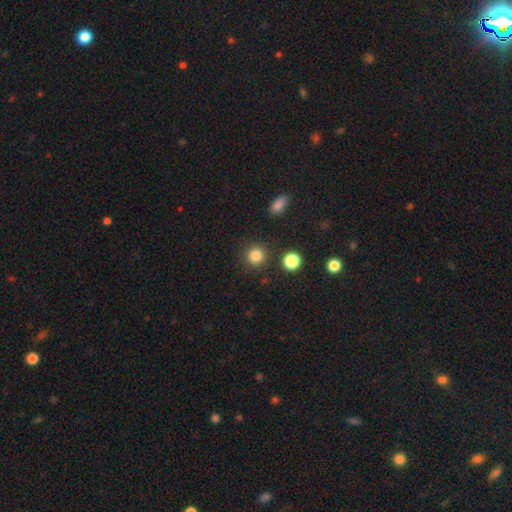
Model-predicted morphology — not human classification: Q: Smooth or featured?
A: smooth (84%); runner-up: star or artifact (12%)
Q: How rounded?
A: round (92%); runner-up: in between (7%)
Q: Merging?
A: none (88%); runner-up: minor disturbance (6%)